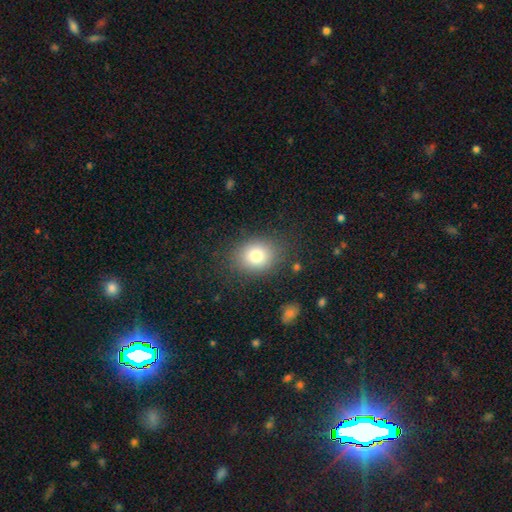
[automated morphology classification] Smooth or featured?
  - smooth: 79% *
  - star or artifact: 12%
  - featured or disk: 9%
How rounded?
  - round: 52% *
  - in between: 47%
  - cigar-shaped: 1%
Merging?
  - none: 84% *
  - minor disturbance: 10%
  - major disturbance: 4%
  - merger: 2%